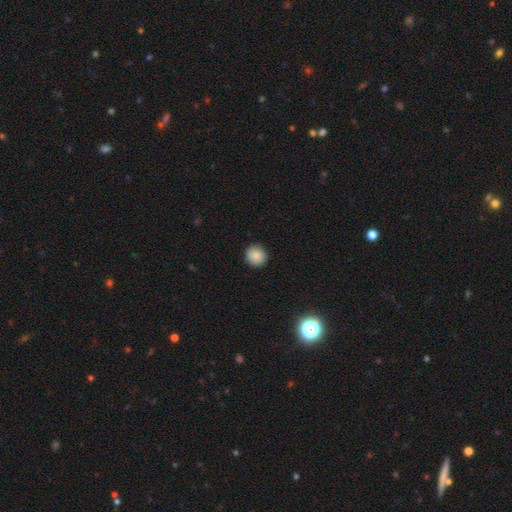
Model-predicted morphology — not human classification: The model was most divided on "smooth or featured": smooth: 87%, star or artifact: 9%, featured or disk: 5%. More confident: how rounded — round (92%); merging — none (90%).